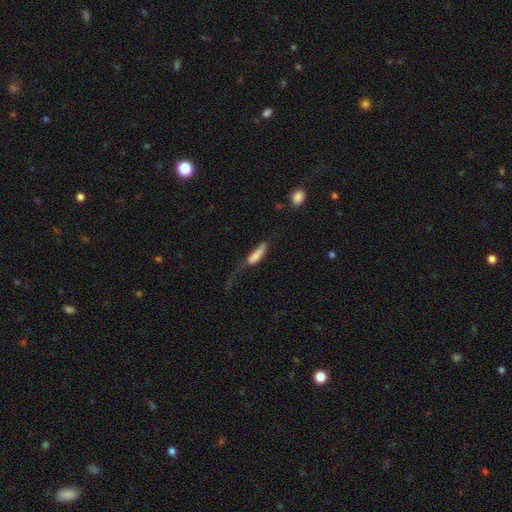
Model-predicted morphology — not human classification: Overall: smooth (74%). How rounded: cigar-shaped (57%; in between 40%). Merging: major disturbance (47%; minor disturbance 24%).